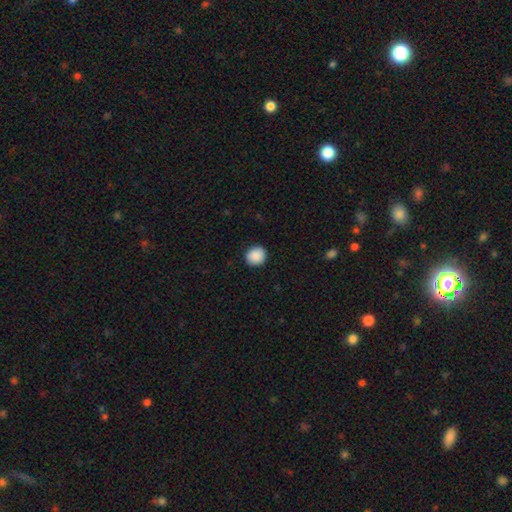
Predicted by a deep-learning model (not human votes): Smooth or featured: smooth — 89% (star or artifact — 8%)
How rounded: round — 84% (in between — 15%)
Merging: none — 89% (minor disturbance — 8%)